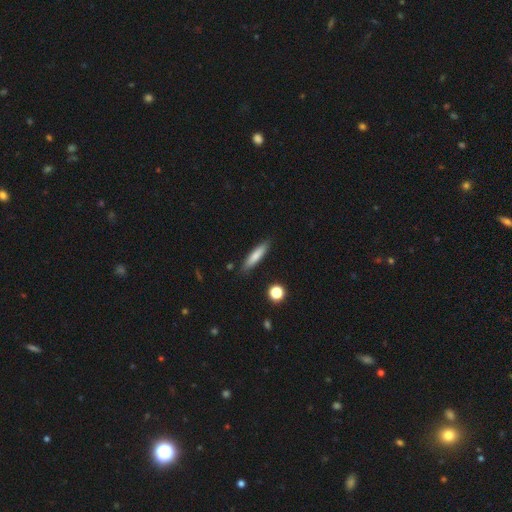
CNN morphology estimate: This is likely a smooth galaxy (76%). How rounded: clearly cigar-shaped (84%). Merging: clearly none (87%).